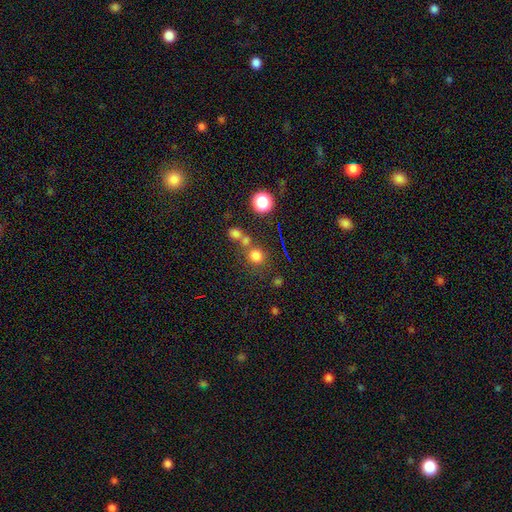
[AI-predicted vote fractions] This appears to be a smooth galaxy with no disk features (73%) that is round (89%). Merging: none (63%).